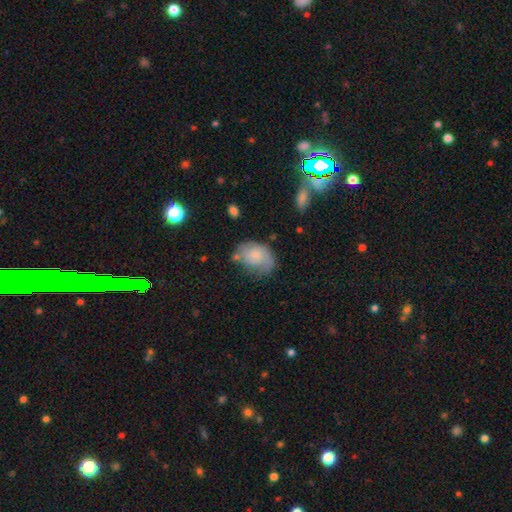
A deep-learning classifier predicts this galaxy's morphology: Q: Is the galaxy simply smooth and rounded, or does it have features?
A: smooth — 55%.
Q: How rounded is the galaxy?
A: in between — 72%.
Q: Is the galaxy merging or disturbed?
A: none — 51%.